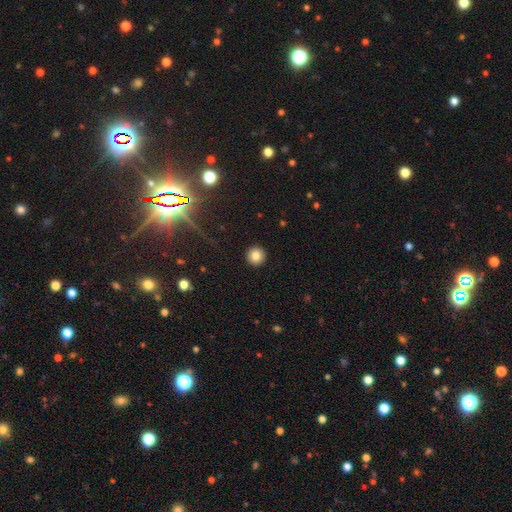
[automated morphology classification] Smooth or featured? smooth (83%)
How rounded? round (95%)
Merging? none (93%)